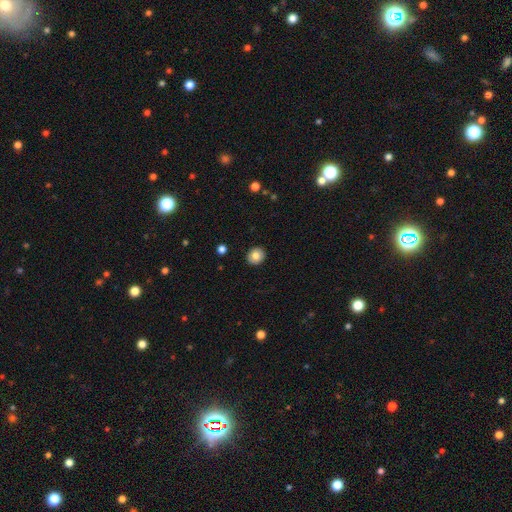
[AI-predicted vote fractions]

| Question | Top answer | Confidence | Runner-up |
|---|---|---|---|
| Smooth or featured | smooth | 83% | featured or disk (9%) |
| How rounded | round | 77% | in between (22%) |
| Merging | none | 91% | minor disturbance (6%) |